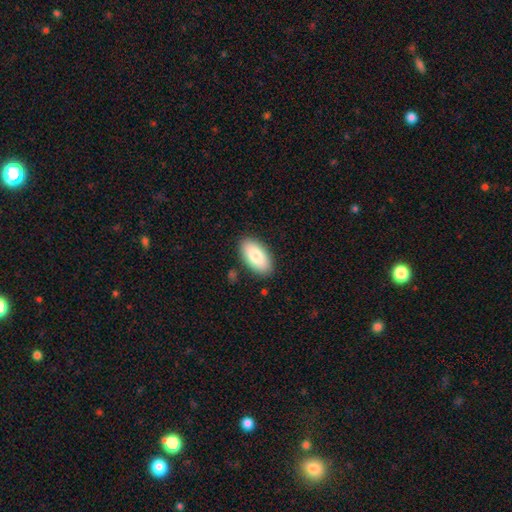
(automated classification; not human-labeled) Smooth or featured: smooth — 84% (featured or disk — 10%)
How rounded: in between — 94% (cigar-shaped — 3%)
Merging: none — 87% (minor disturbance — 9%)